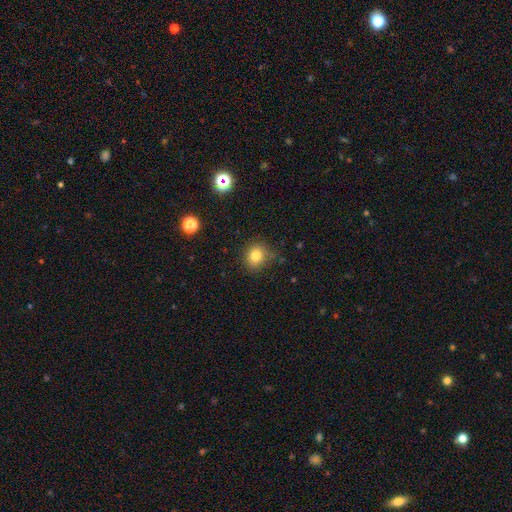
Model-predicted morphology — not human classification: Smooth or featured?
  - smooth: 80% *
  - star or artifact: 13%
  - featured or disk: 7%
How rounded?
  - round: 81% *
  - in between: 18%
  - cigar-shaped: 1%
Merging?
  - none: 82% *
  - minor disturbance: 13%
  - major disturbance: 3%
  - merger: 2%